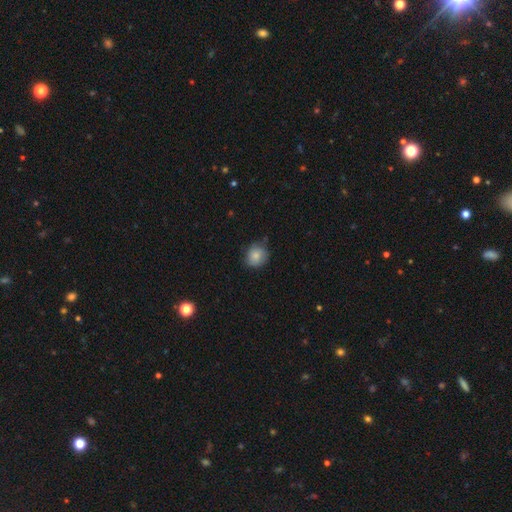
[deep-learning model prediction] smooth_or_featured: smooth (p=0.83) [alt: featured or disk p=0.09]
how_rounded: round (p=0.78) [alt: in between p=0.21]
merging: none (p=0.72) [alt: minor disturbance p=0.23]